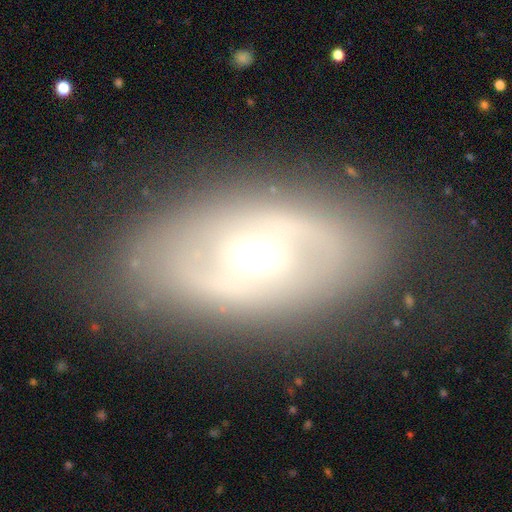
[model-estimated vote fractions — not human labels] Morphology: type=featured or disk (65%); edge-on=no (91%); bar=no (49%); spiral arms=yes (54%); bulge=moderate (66%); merging=none (80%).